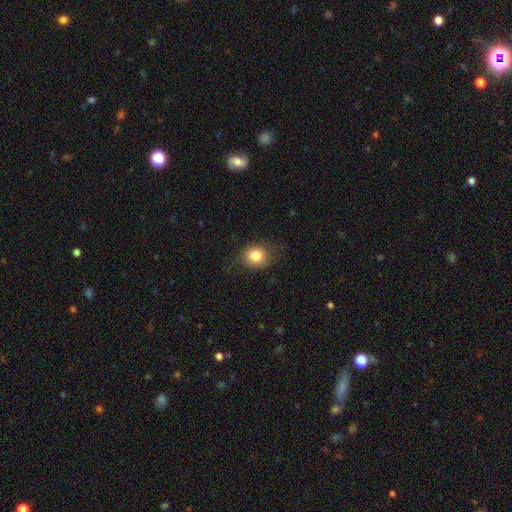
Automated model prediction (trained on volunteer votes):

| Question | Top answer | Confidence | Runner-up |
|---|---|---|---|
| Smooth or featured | smooth | 82% | star or artifact (10%) |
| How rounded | round | 81% | in between (18%) |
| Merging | none | 80% | minor disturbance (14%) |